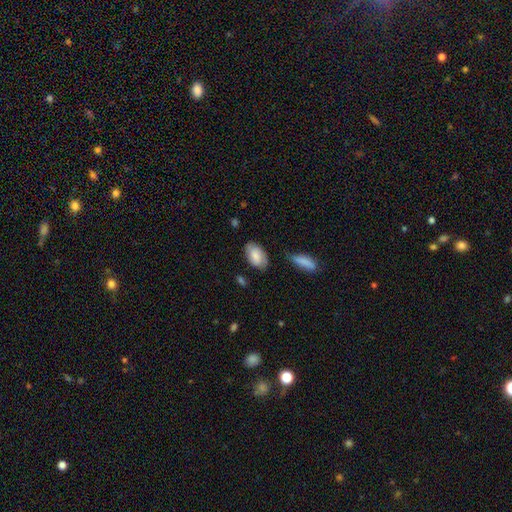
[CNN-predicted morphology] A smooth galaxy with no disk features (76%) that is in between round and cigar-shaped (93%).

Vote fractions:
- Smooth or featured? smooth: 76% / featured or disk: 17% / star or artifact: 6%
- How rounded? in between: 93% / round: 5% / cigar-shaped: 2%
- Merging? none: 70% / minor disturbance: 21% / major disturbance: 5% / merger: 4%